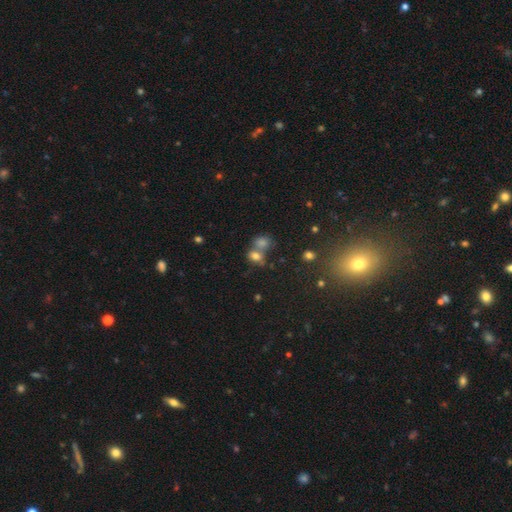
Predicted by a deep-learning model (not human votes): A smooth galaxy with no disk features (73%) that is in between round and cigar-shaped (65%).

Vote fractions:
- Smooth or featured? smooth: 73% / star or artifact: 16% / featured or disk: 12%
- How rounded? in between: 65% / round: 33% / cigar-shaped: 2%
- Merging? merger: 51% / none: 34% / minor disturbance: 10% / major disturbance: 5%